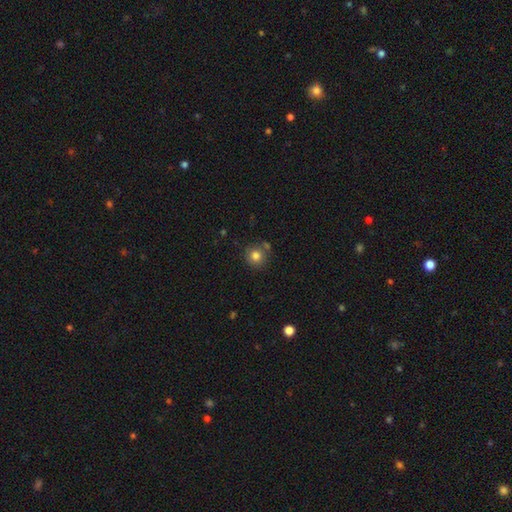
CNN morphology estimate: Smooth or featured? Predicted: smooth (p=0.81). How rounded? Predicted: round (p=0.91). Merging? Predicted: none (p=0.75).